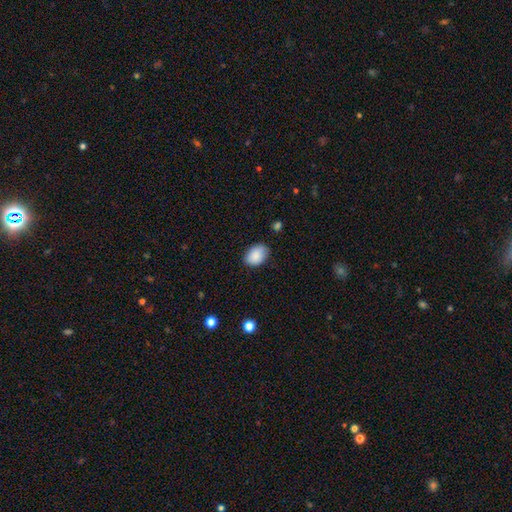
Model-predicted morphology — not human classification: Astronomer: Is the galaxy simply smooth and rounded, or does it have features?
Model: smooth — 88%.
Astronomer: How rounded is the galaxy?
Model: in between — 79%.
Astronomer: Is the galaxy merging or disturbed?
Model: none — 77%.